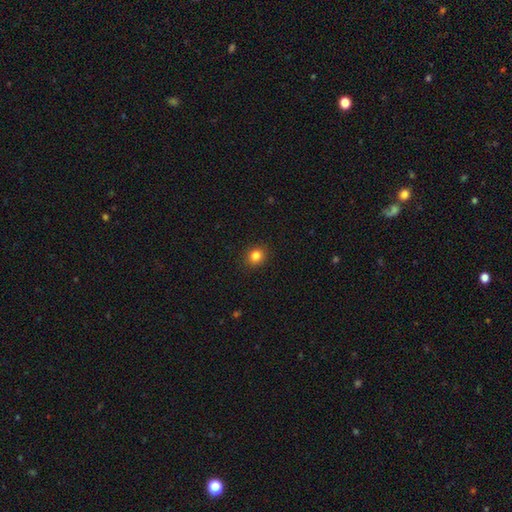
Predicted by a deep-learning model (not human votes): The model was most divided on "how rounded": round: 80%, in between: 20%, cigar-shaped: 1%. More confident: merging — none (90%); smooth or featured — smooth (84%).